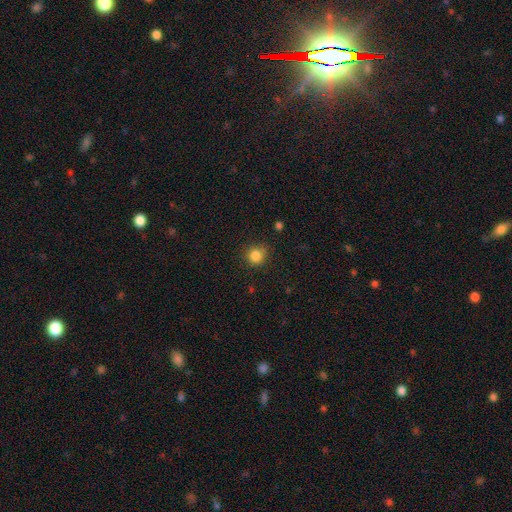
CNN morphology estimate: smooth-or-featured: smooth: 85% | star or artifact: 11% | featured or disk: 4%
  how-rounded: round: 90% | in between: 9% | cigar-shaped: 1%
  merging: none: 84% | minor disturbance: 11% | major disturbance: 3% | merger: 2%